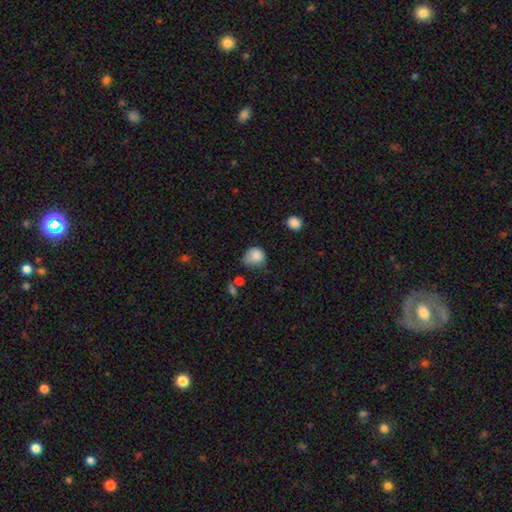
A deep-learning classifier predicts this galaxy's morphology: type=smooth (82%); roundness=round (71%); merging=minor disturbance (41%).